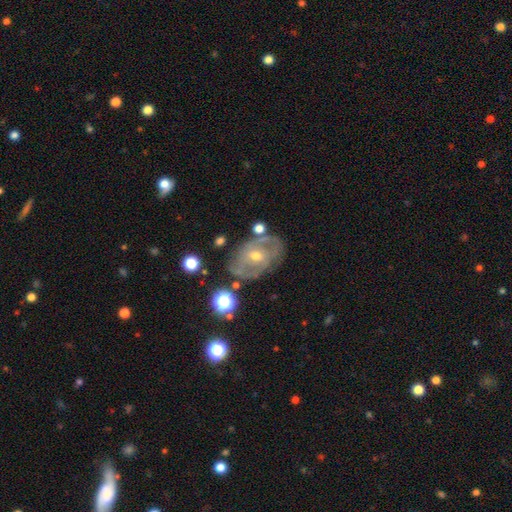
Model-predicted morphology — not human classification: A featured or disk galaxy (74%) with no bar (54%), spiral arms (67%) and a small central bulge (51%).

Vote fractions:
- Smooth or featured? featured or disk: 74% / smooth: 17% / star or artifact: 9%
- Edge-on disk? no: 95% / yes: 5%
- Bar? no: 54% / weak: 34% / strong: 11%
- Spiral arms? yes: 67% / no: 33%
- Bulge size? small: 51% / moderate: 45% / large: 1% / none: 1% / dominant: 1%
- Merging? none: 68% / minor disturbance: 19% / major disturbance: 8% / merger: 5%